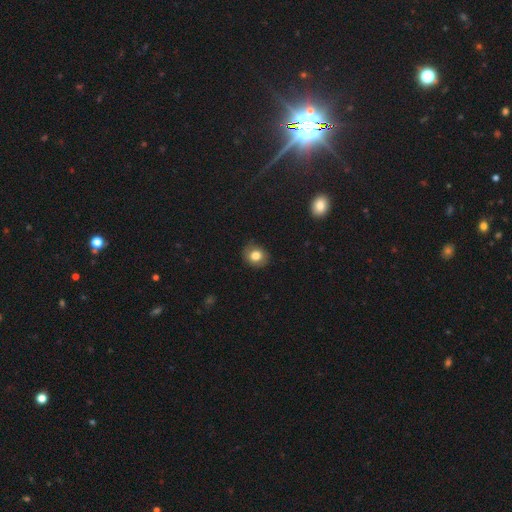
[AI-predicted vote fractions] smooth-or-featured: smooth: 80% | star or artifact: 10% | featured or disk: 9%
  how-rounded: round: 70% | in between: 29% | cigar-shaped: 1%
  merging: none: 83% | minor disturbance: 14% | major disturbance: 3% | merger: 1%